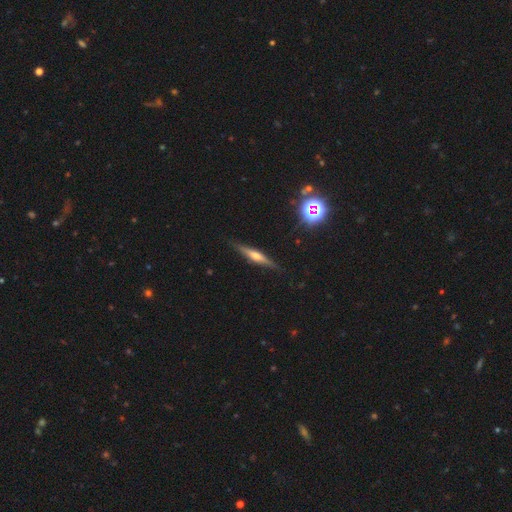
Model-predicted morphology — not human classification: Smooth or featured? featured or disk (64%)
Edge-on disk? yes (96%)
Edge-on bulge? rounded (82%)
Merging? none (87%)